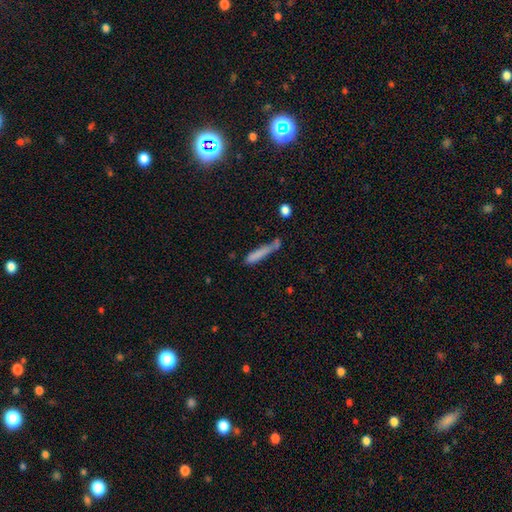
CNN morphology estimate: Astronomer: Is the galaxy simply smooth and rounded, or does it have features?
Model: smooth — 75%.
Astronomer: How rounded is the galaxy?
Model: cigar-shaped — 91%.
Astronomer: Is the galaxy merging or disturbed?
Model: none — 54%.